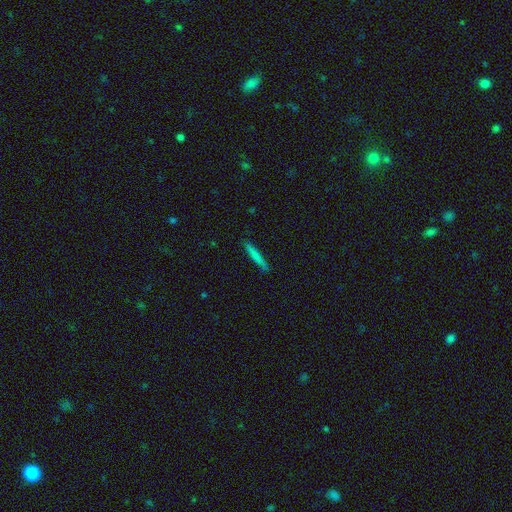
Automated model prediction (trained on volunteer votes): Smooth or featured?
  - smooth: 75% *
  - featured or disk: 19%
  - star or artifact: 6%
How rounded?
  - cigar-shaped: 95% *
  - in between: 4%
  - round: 1%
Merging?
  - none: 87% *
  - minor disturbance: 10%
  - major disturbance: 2%
  - merger: 1%